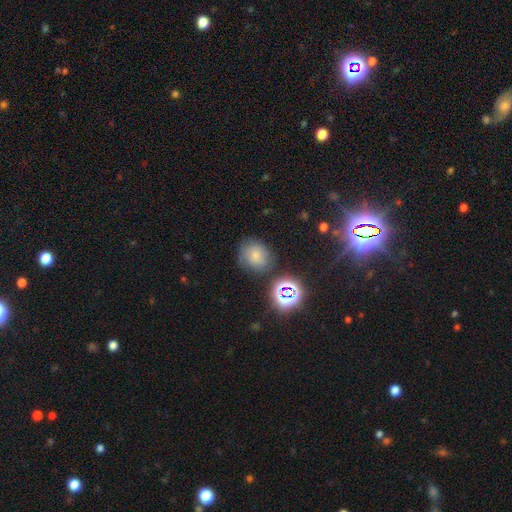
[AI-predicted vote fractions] This is likely a smooth galaxy (62%). How rounded: likely round (75%). Merging: likely none (67%).